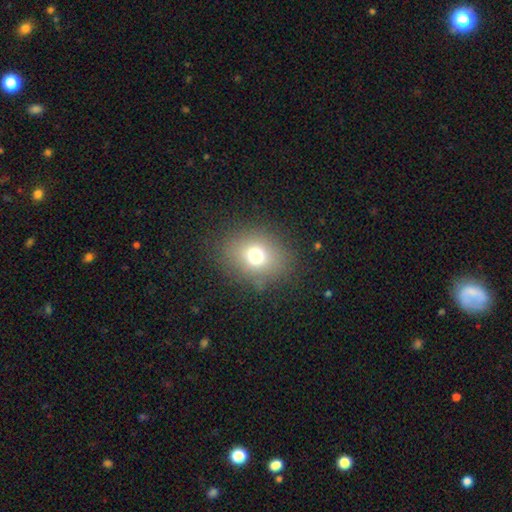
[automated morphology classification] Smooth or featured?
  - smooth: 71% *
  - star or artifact: 17%
  - featured or disk: 13%
How rounded?
  - round: 58% *
  - in between: 41%
  - cigar-shaped: 1%
Merging?
  - none: 83% *
  - minor disturbance: 10%
  - major disturbance: 6%
  - merger: 1%